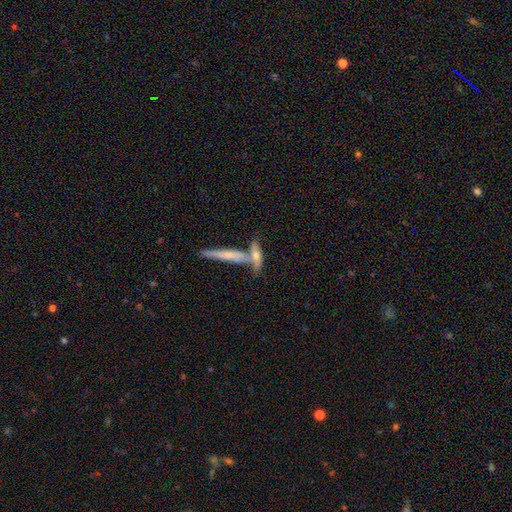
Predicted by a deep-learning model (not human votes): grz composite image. It shows a smooth galaxy with no disk features (50%). Merging: none (43%).